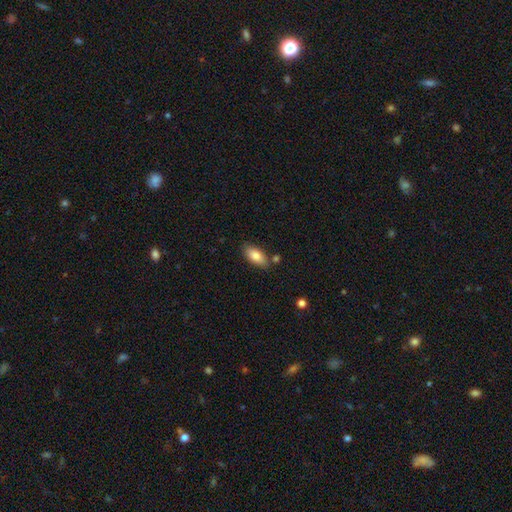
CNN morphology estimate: Smooth or featured: smooth — 82% (featured or disk — 11%)
How rounded: in between — 89% (cigar-shaped — 8%)
Merging: none — 78% (minor disturbance — 14%)